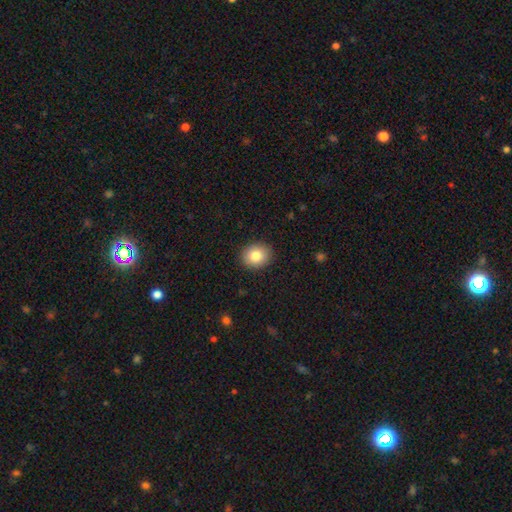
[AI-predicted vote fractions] This appears to be a smooth galaxy with no disk features (82%) that is round (67%). Merging: none (90%).